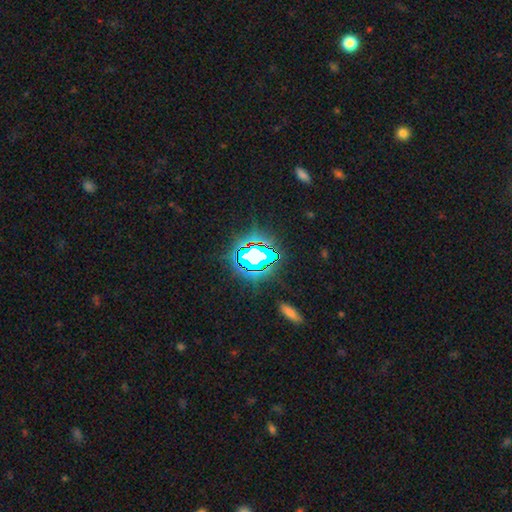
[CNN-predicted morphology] Smooth or featured? star or artifact (71%)